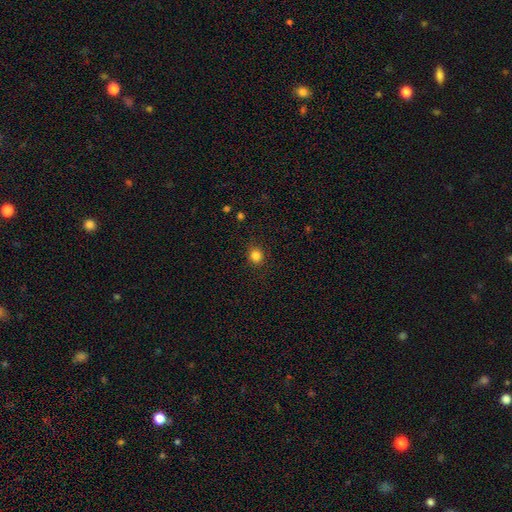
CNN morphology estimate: A smooth galaxy with no disk features (84%) that is round (89%). Merging: none (89%).